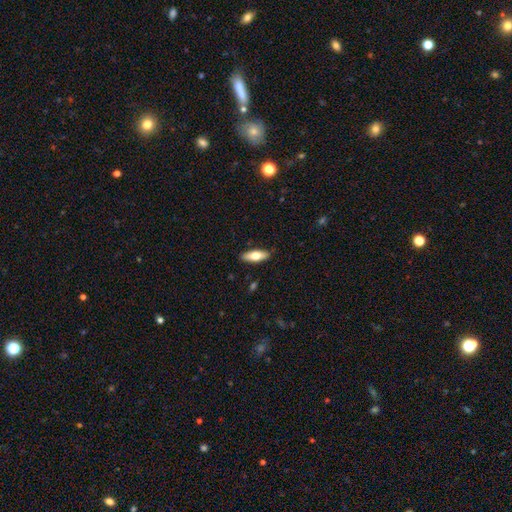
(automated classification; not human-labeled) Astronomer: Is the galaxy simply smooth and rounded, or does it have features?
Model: smooth — 66%.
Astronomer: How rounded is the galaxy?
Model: in between — 65%.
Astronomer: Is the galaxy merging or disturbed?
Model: none — 87%.